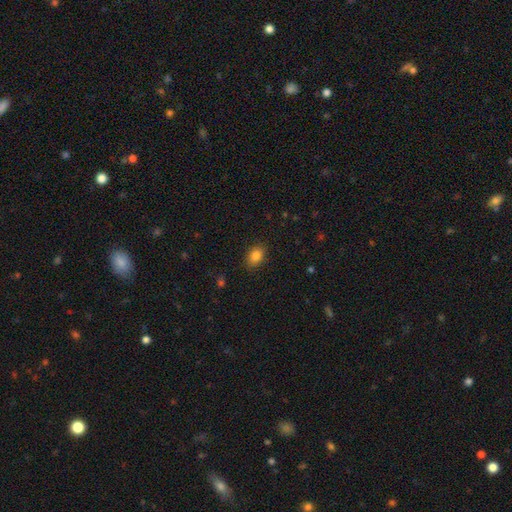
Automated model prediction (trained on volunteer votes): Smooth or featured? smooth (84%)
How rounded? in between (78%)
Merging? none (87%)